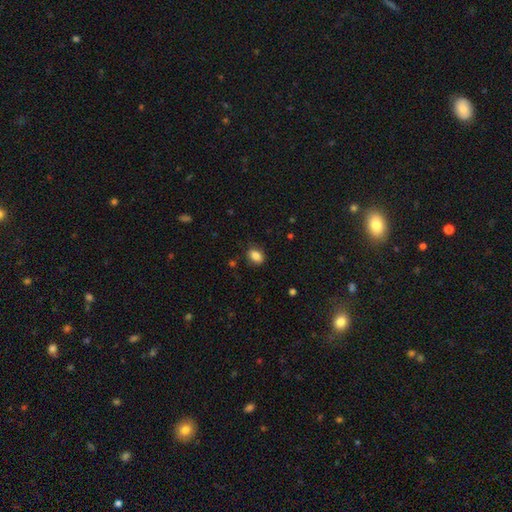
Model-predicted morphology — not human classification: Smooth or featured? smooth (86%)
How rounded? in between (75%)
Merging? none (83%)